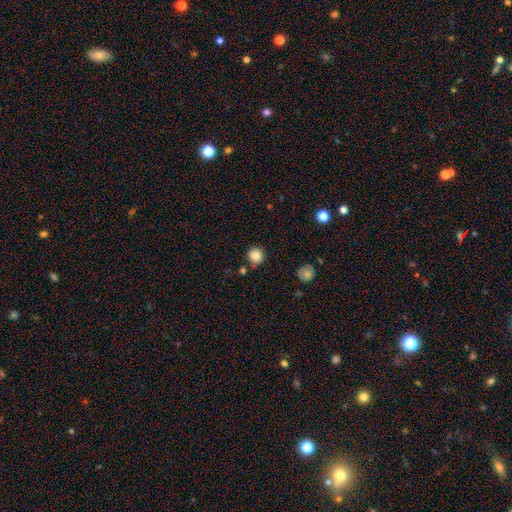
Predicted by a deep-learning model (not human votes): The model was most divided on "merging": none: 83%, minor disturbance: 10%, merger: 5%, major disturbance: 3%. More confident: how rounded — round (93%); smooth or featured — smooth (85%).